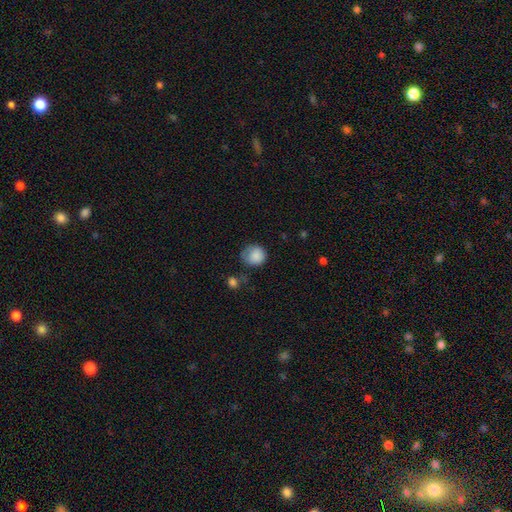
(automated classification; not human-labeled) Morphology: type=smooth (85%); roundness=round (82%); merging=none (49%).